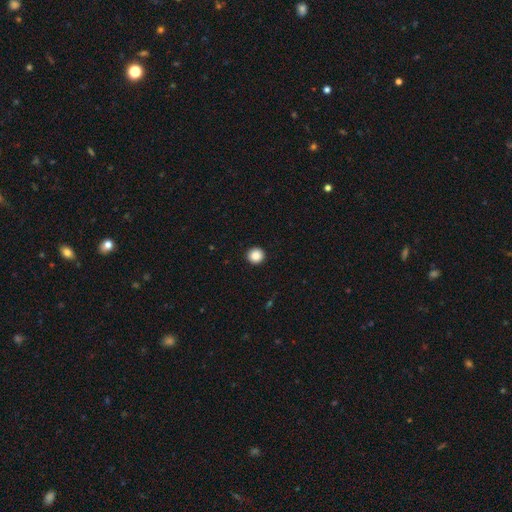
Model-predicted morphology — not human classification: smooth_or_featured: smooth (p=0.88) [alt: star or artifact p=0.10]
how_rounded: round (p=0.95) [alt: in between p=0.04]
merging: none (p=0.94) [alt: minor disturbance p=0.04]